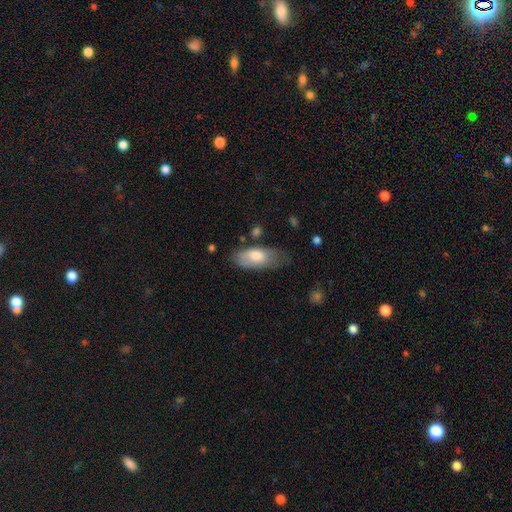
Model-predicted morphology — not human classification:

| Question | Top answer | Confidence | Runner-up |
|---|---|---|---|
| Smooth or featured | smooth | 74% | featured or disk (20%) |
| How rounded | in between | 88% | cigar-shaped (9%) |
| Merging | none | 49% | minor disturbance (34%) |